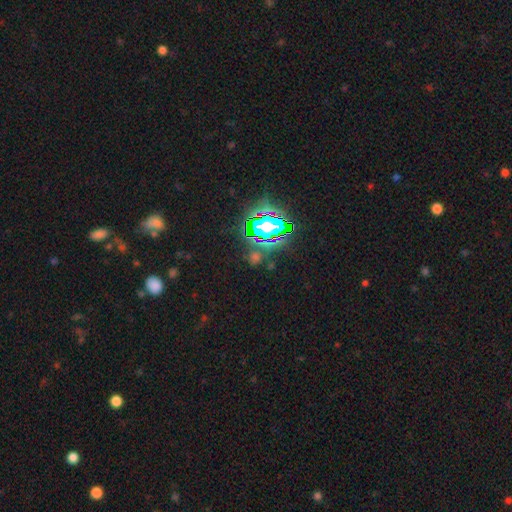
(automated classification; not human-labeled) A star or artifact, not a galaxy (69%).

Vote fractions:
- Smooth or featured? star or artifact: 69% / smooth: 20% / featured or disk: 11%